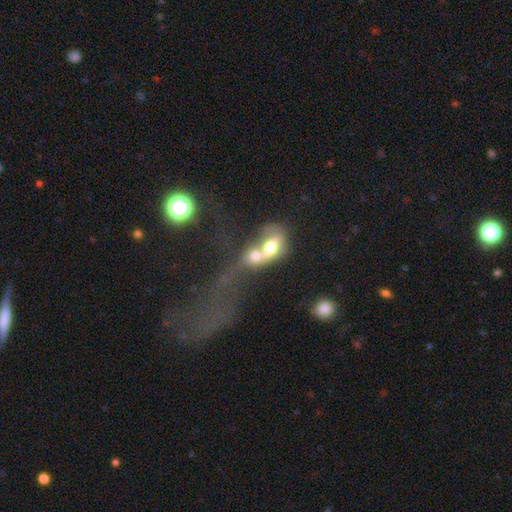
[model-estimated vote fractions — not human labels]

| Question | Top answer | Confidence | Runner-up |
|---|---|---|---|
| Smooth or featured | smooth | 56% | featured or disk (34%) |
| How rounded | in between | 61% | round (34%) |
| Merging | merger | 78% | major disturbance (10%) |